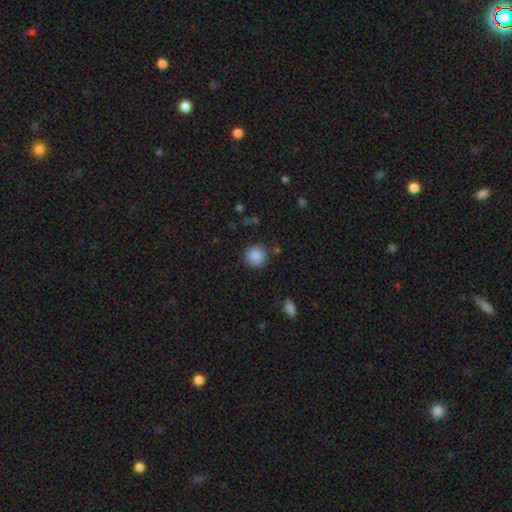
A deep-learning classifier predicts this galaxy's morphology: A smooth galaxy with no disk features (88%) that is round (93%).

Vote fractions:
- Smooth or featured? smooth: 88% / star or artifact: 9% / featured or disk: 3%
- How rounded? round: 93% / in between: 6% / cigar-shaped: 1%
- Merging? none: 88% / minor disturbance: 7% / major disturbance: 3% / merger: 2%